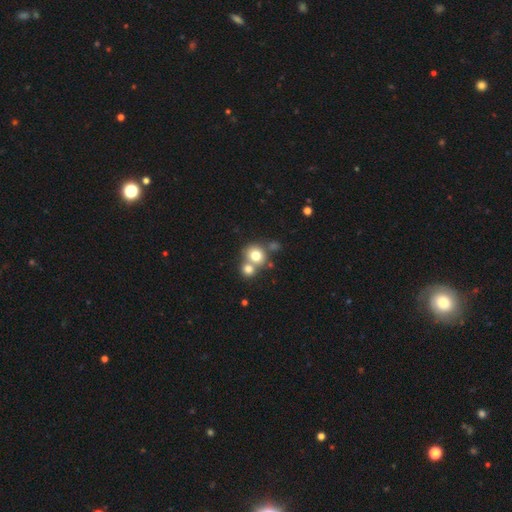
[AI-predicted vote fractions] smooth-or-featured: smooth: 76% | featured or disk: 13% | star or artifact: 11%
  how-rounded: round: 79% | in between: 20% | cigar-shaped: 1%
  merging: merger: 48% | none: 42% | minor disturbance: 7% | major disturbance: 3%